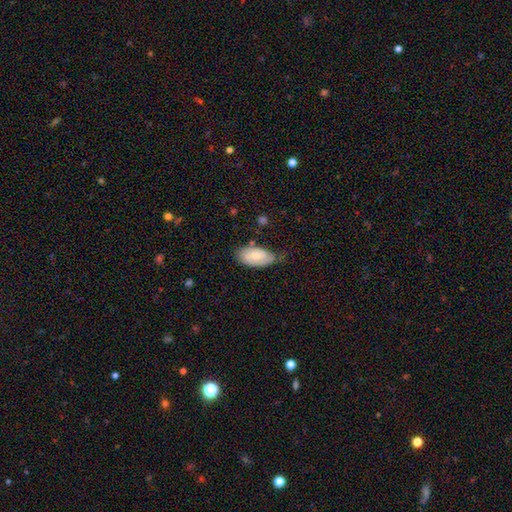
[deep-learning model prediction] smooth 59%, featured or disk 35%, star or artifact 6%. Down the decision tree: how rounded — in between (93%); merging — none (50%).